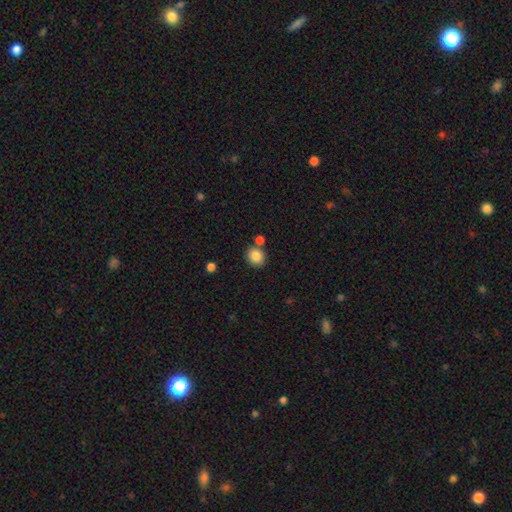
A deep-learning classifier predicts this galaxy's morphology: Overall: smooth (85%). How rounded: round (75%). Merging: none (75%).